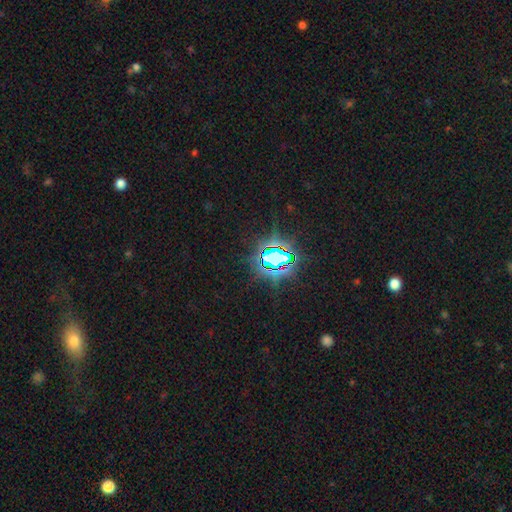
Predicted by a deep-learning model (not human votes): The model was most divided on "smooth or featured": star or artifact: 81%, smooth: 11%, featured or disk: 7%.